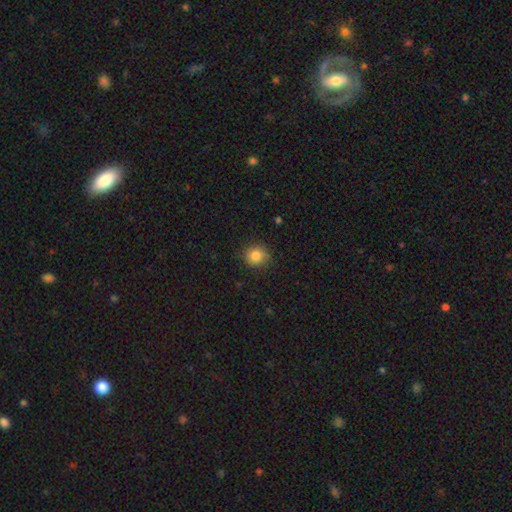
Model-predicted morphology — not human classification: A smooth galaxy with no disk features (84%) that is round (88%). Merging: none (85%).